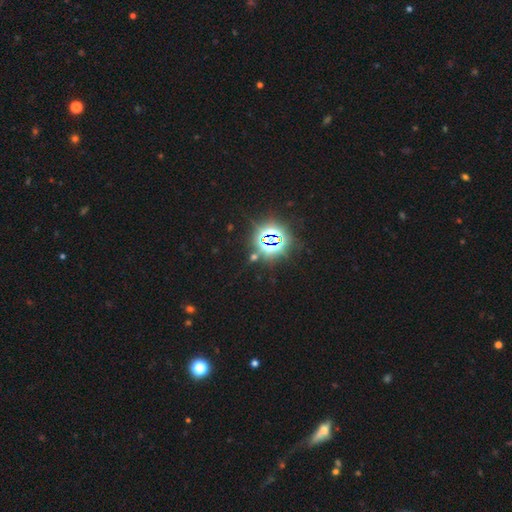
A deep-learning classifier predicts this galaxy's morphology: The model was most divided on "smooth or featured": star or artifact: 83%, smooth: 11%, featured or disk: 7%.